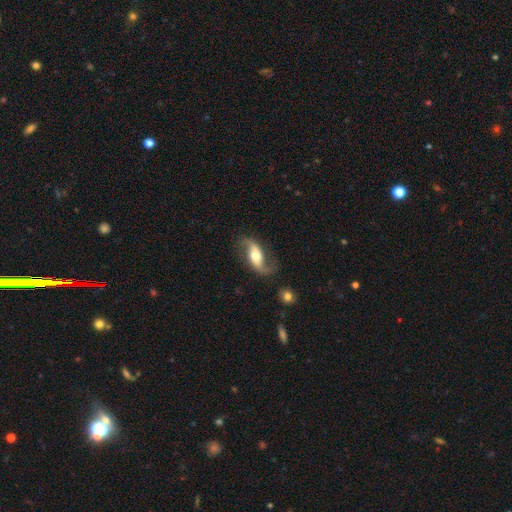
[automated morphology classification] A featured or disk galaxy (81%) with no bar (41%), 2 (91%) loose (79%) spiral arms (94%) and a moderate central bulge (64%). Merging: none (71%).